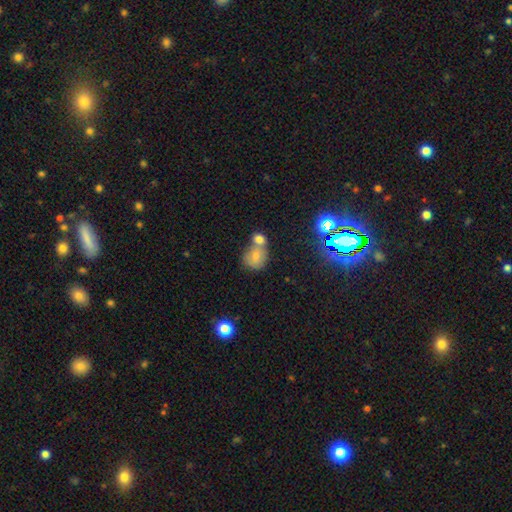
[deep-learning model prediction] Morphology: type=smooth (56%); roundness=round (67%); merging=merger (51%).